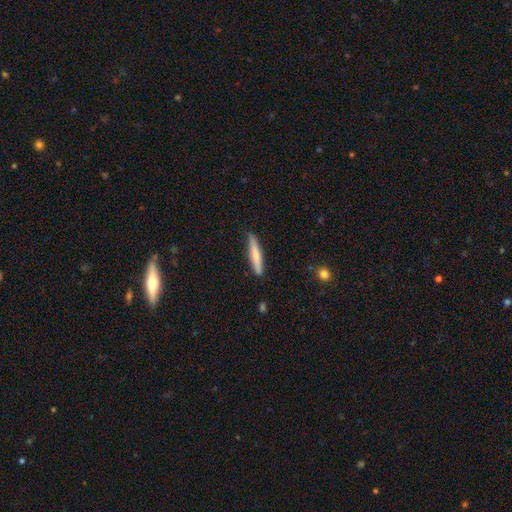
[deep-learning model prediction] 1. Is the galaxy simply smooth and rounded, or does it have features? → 68% smooth, 27% featured or disk, 6% star or artifact.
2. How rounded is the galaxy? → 91% cigar-shaped, 8% in between, 1% round.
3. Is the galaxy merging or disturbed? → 85% none, 12% minor disturbance, 2% major disturbance, 1% merger.